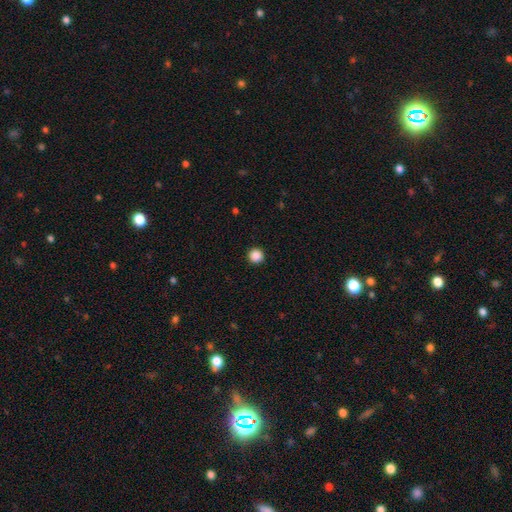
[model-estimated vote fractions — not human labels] Smooth or featured? smooth (88%)
How rounded? round (96%)
Merging? none (94%)